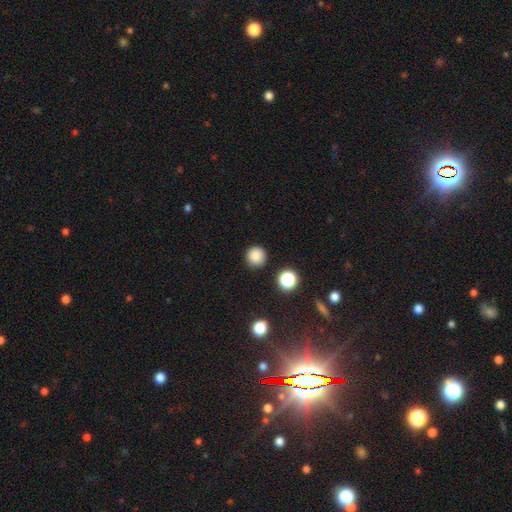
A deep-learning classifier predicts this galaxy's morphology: Q: Smooth or featured?
A: smooth (84%); runner-up: star or artifact (12%)
Q: How rounded?
A: round (93%); runner-up: in between (6%)
Q: Merging?
A: none (87%); runner-up: minor disturbance (9%)